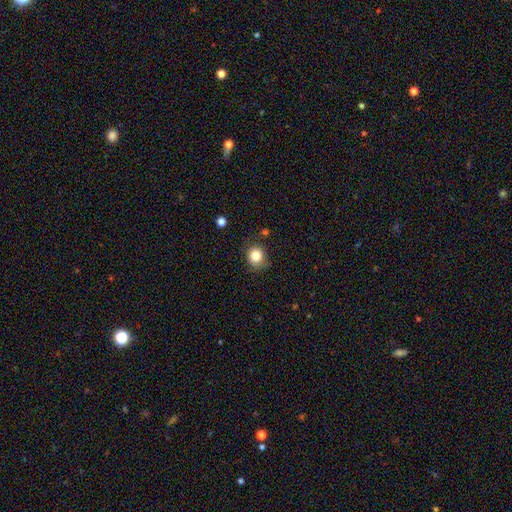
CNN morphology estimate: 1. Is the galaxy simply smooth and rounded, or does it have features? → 82% smooth, 11% star or artifact, 7% featured or disk.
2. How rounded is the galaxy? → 80% round, 19% in between, 1% cigar-shaped.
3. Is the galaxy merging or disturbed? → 78% none, 16% minor disturbance, 4% major disturbance, 2% merger.